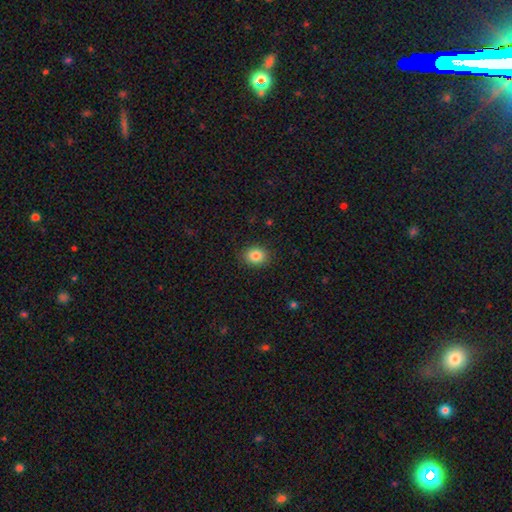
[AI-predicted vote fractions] This appears to be a smooth galaxy with no disk features (85%) that is round (51%). Merging: none (89%).